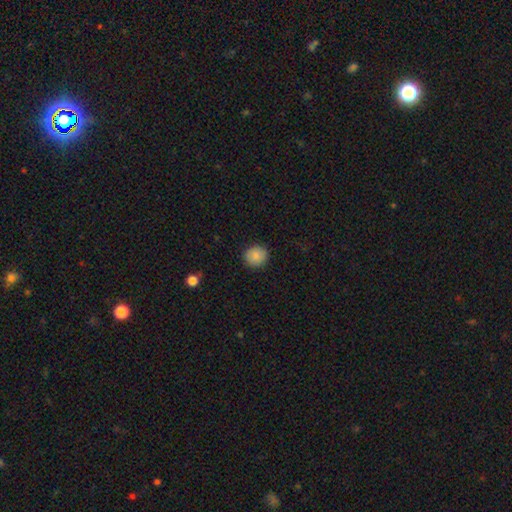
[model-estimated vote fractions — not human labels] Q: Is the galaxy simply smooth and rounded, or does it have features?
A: smooth — 87%.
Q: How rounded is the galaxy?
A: round — 87%.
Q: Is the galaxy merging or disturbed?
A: none — 90%.